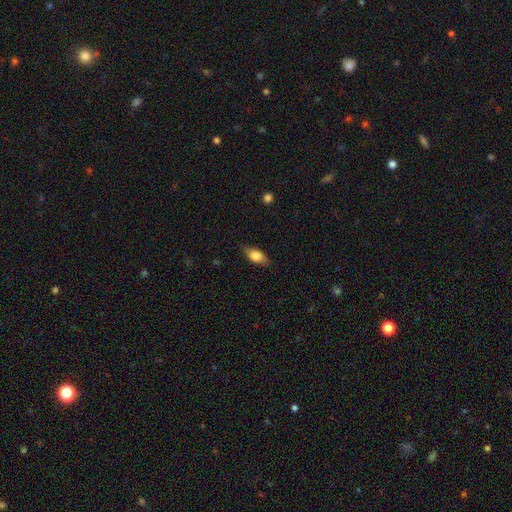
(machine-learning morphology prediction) A smooth galaxy with no disk features (72%) that is in between round and cigar-shaped (81%).

Vote fractions:
- Smooth or featured? smooth: 72% / featured or disk: 21% / star or artifact: 7%
- How rounded? in between: 81% / cigar-shaped: 13% / round: 6%
- Merging? none: 82% / minor disturbance: 14% / major disturbance: 3% / merger: 1%